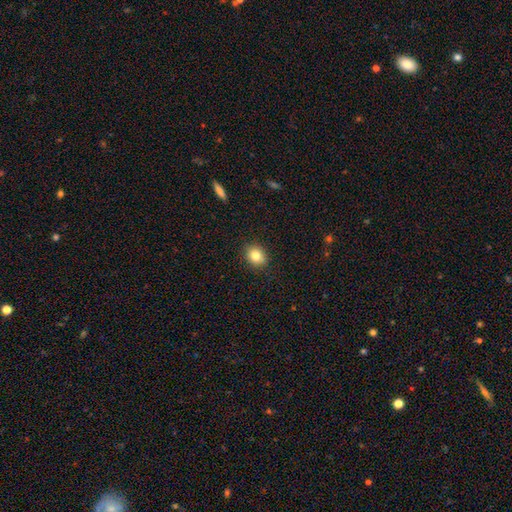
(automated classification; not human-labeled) Q: Smooth or featured?
A: smooth (82%); runner-up: star or artifact (10%)
Q: How rounded?
A: round (59%); runner-up: in between (40%)
Q: Merging?
A: none (89%); runner-up: minor disturbance (8%)